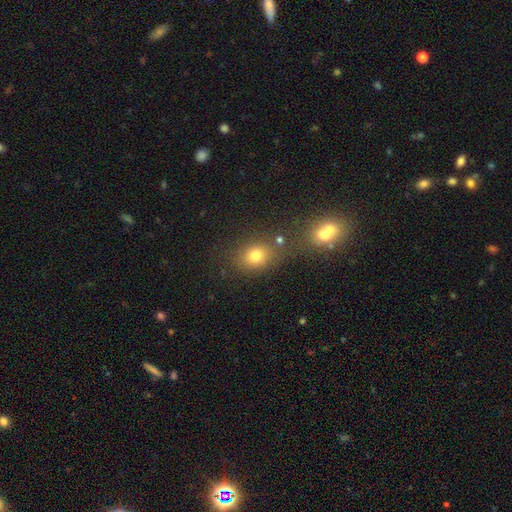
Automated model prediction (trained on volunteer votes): A smooth galaxy with no disk features (75%) that is round (51%). Merging: none (64%).